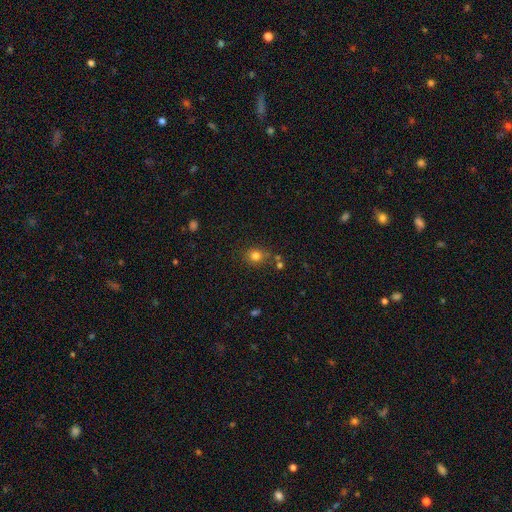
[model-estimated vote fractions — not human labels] A smooth galaxy with no disk features (79%) that is round (78%).

Vote fractions:
- Smooth or featured? smooth: 79% / star or artifact: 14% / featured or disk: 7%
- How rounded? round: 78% / in between: 21% / cigar-shaped: 1%
- Merging? none: 76% / minor disturbance: 13% / merger: 8% / major disturbance: 4%